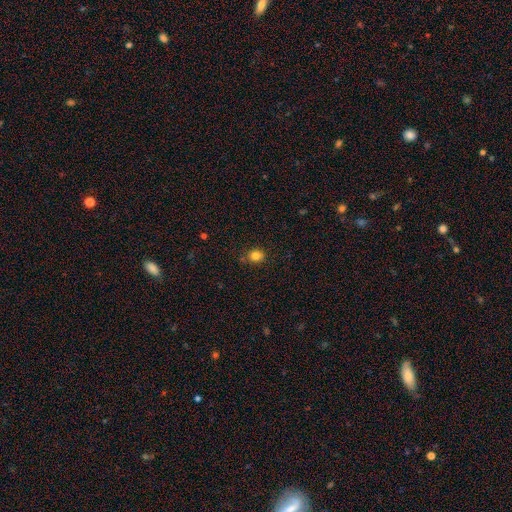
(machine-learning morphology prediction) The model was most divided on "how rounded": round: 71%, in between: 28%, cigar-shaped: 1%. More confident: smooth or featured — smooth (82%); merging — none (81%).